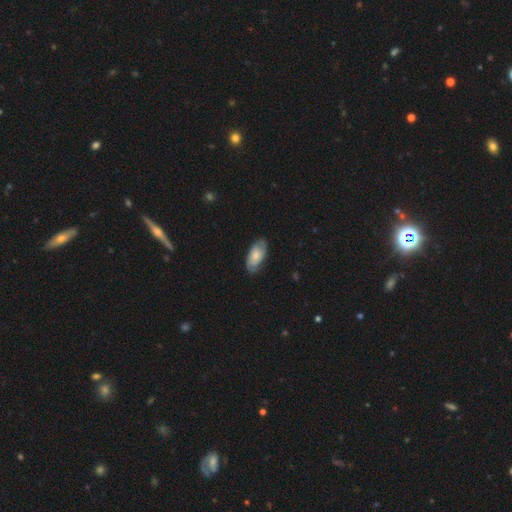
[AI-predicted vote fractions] This appears to be a smooth galaxy with no disk features (62%) that is in between round and cigar-shaped (92%). Merging: none (75%).